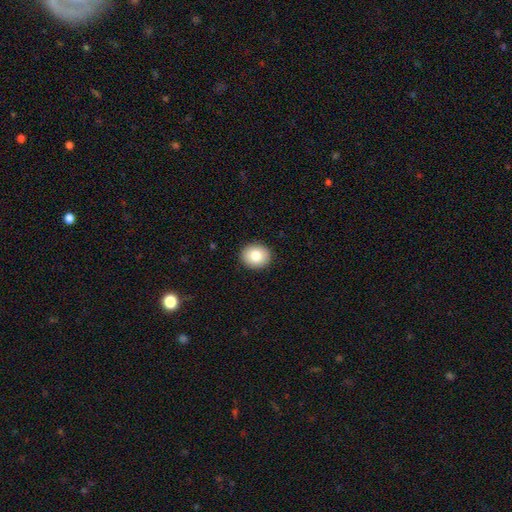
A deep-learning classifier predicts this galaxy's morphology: This is clearly a smooth galaxy (82%). How rounded: likely round (69%). Merging: clearly none (91%).